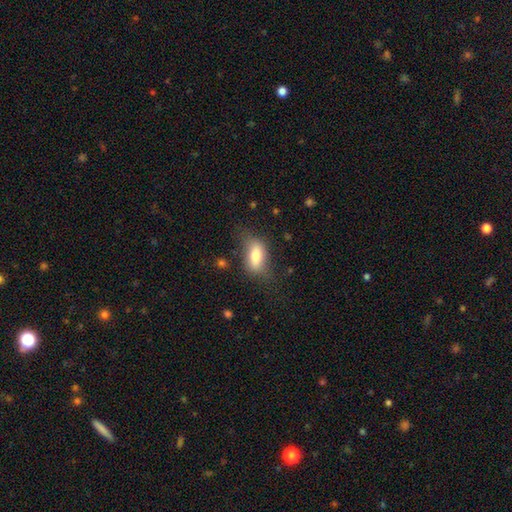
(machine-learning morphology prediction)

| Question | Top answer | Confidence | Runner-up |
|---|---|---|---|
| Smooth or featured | smooth | 70% | featured or disk (22%) |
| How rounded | in between | 83% | cigar-shaped (11%) |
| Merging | none | 64% | minor disturbance (24%) |